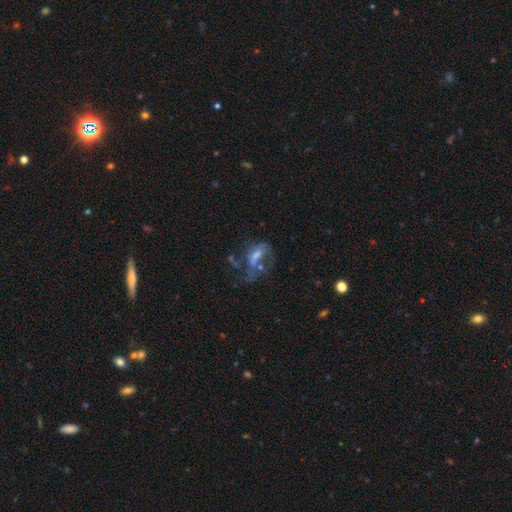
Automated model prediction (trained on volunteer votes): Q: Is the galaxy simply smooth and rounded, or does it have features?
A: featured or disk — 61%.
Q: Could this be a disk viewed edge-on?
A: no — 94%.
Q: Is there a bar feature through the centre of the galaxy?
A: no — 49%.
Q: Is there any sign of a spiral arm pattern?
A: yes — 54%.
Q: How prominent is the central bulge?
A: moderate — 39%.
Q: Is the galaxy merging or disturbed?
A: major disturbance — 42%.